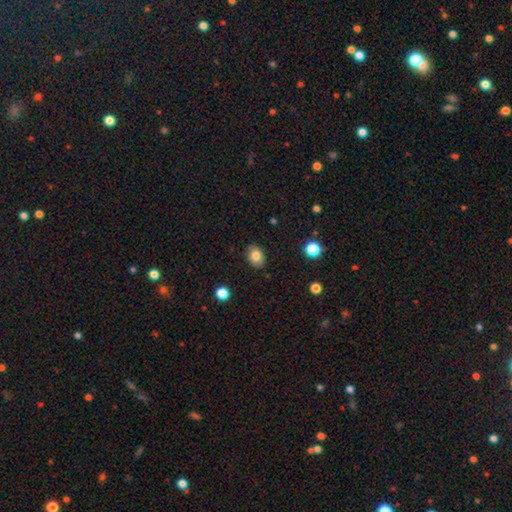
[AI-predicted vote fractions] Morphology: type=smooth (81%); roundness=in between (67%); merging=none (87%).